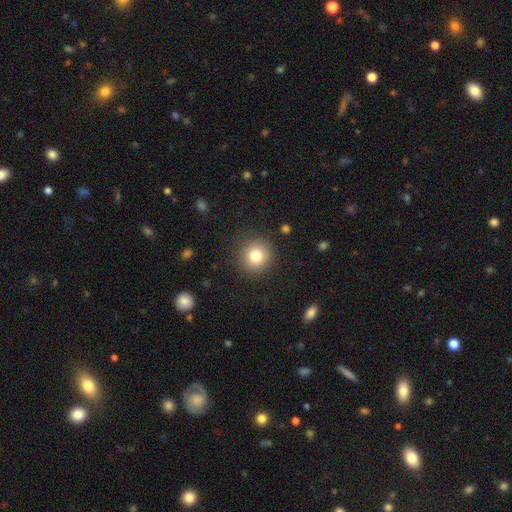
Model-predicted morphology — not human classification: Smooth or featured? smooth (79%)
How rounded? round (93%)
Merging? none (90%)